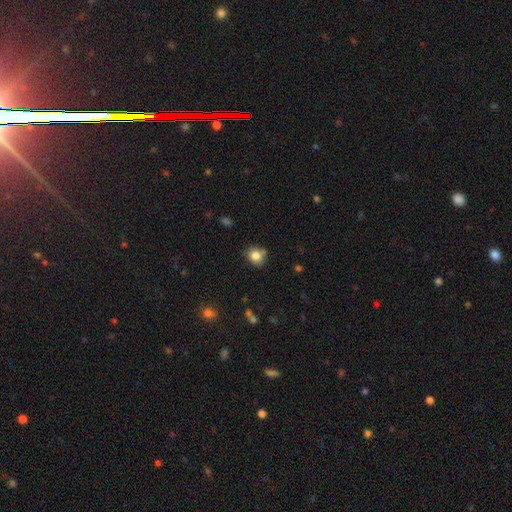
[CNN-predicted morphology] Overall: smooth (82%). How rounded: round (76%). Merging: none (68%).